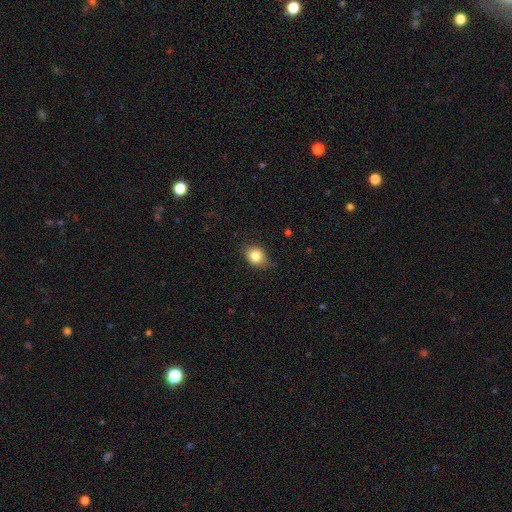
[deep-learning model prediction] This appears to be a smooth galaxy with no disk features (82%) that is round (62%). Merging: none (74%).